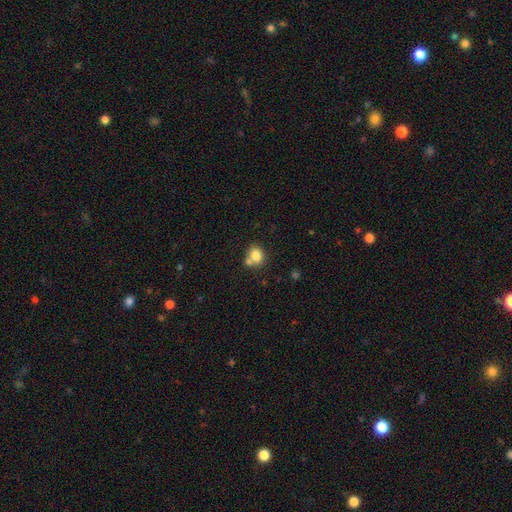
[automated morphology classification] Overall: smooth (80%). How rounded: round (60%; in between 39%). Merging: none (53%; merger 31%).